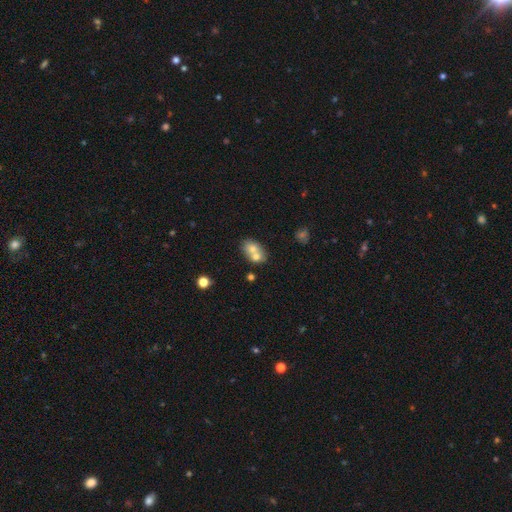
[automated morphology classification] type=smooth (66%); roundness=in between (63%); merging=merger (57%).